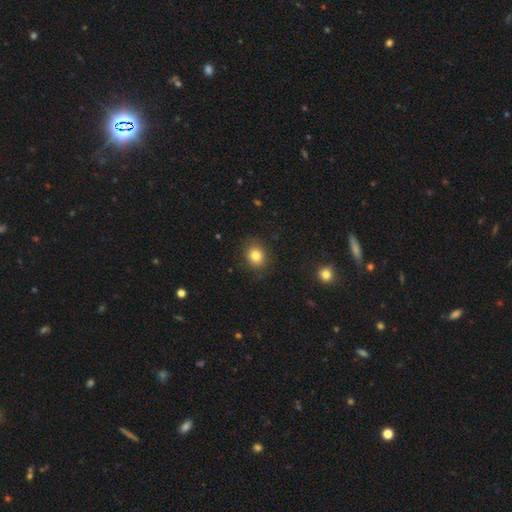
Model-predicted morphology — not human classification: This appears to be a smooth galaxy with no disk features (82%) that is round (67%). Merging: none (86%).